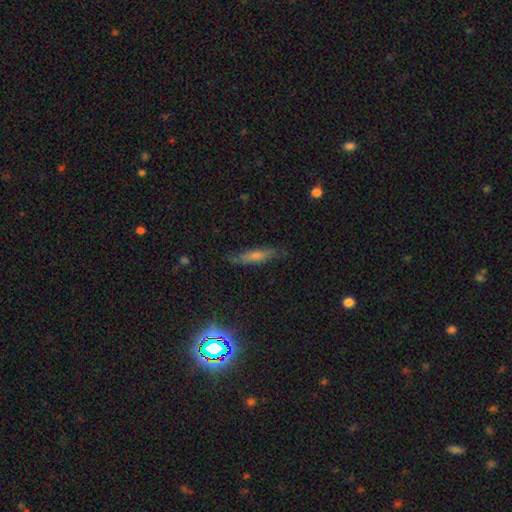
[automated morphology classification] This appears to be a smooth galaxy with no disk features (52%) that is cigar-shaped (76%). Merging: none (76%).